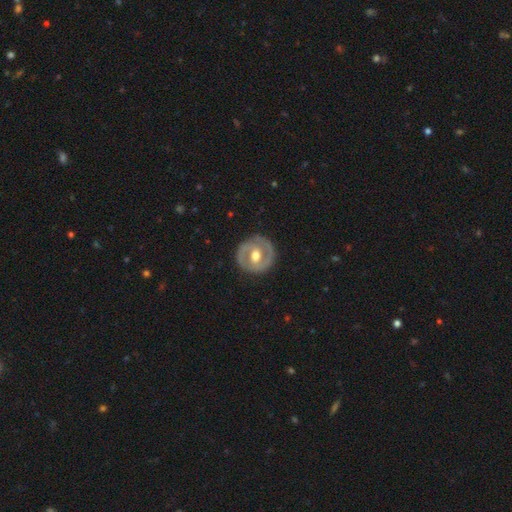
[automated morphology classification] Smooth or featured: featured or disk — 70% (smooth — 26%)
Edge-on disk: no — 96% (yes — 4%)
Bar: weak — 44% (no — 36%)
Spiral arms: yes — 60% (no — 40%)
Bulge size: moderate — 76% (large — 15%)
Merging: none — 85% (minor disturbance — 10%)